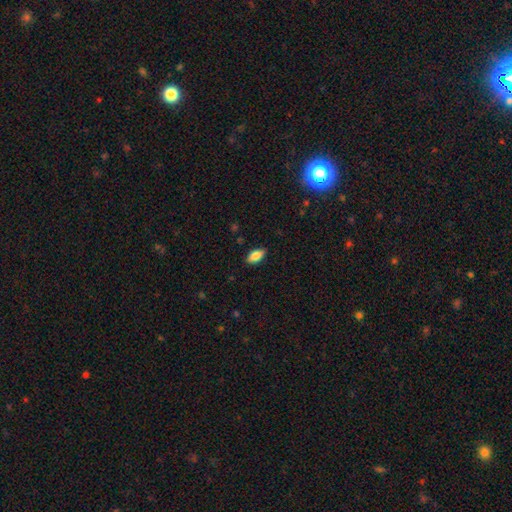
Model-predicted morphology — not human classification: This appears to be a smooth galaxy with no disk features (82%) that is in between round and cigar-shaped (89%). Merging: none (86%).